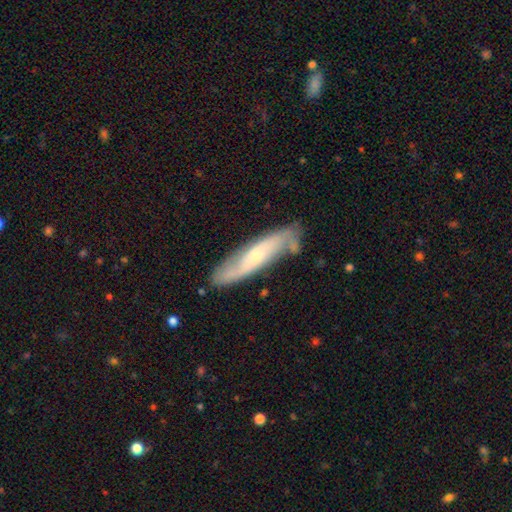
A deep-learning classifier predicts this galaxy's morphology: A featured or disk galaxy (61%). Merging: none (74%).